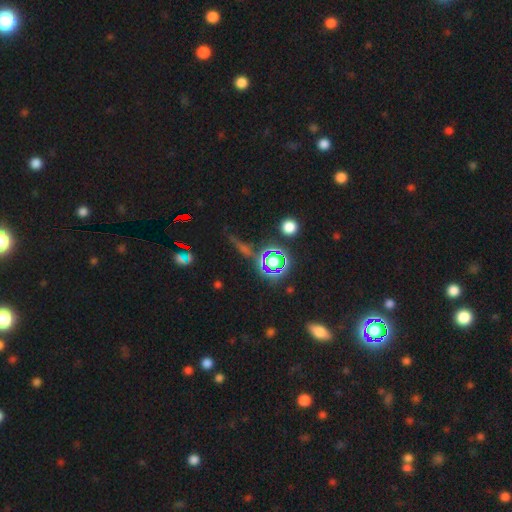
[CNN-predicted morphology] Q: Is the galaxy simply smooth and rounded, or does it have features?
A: star or artifact — 69%.